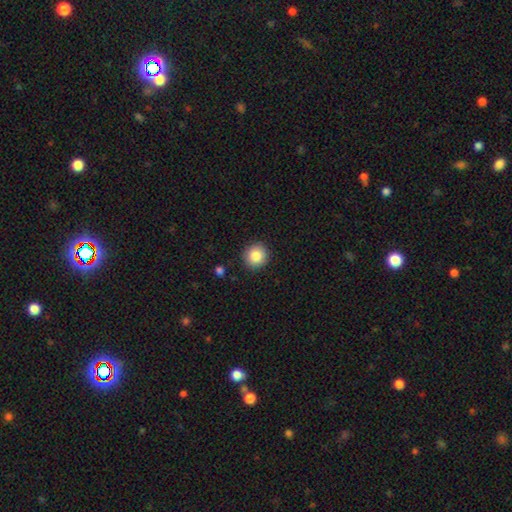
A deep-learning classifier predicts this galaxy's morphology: Smooth or featured?
  - smooth: 85% *
  - star or artifact: 9%
  - featured or disk: 6%
How rounded?
  - round: 92% *
  - in between: 7%
  - cigar-shaped: 1%
Merging?
  - none: 91% *
  - minor disturbance: 6%
  - major disturbance: 2%
  - merger: 1%